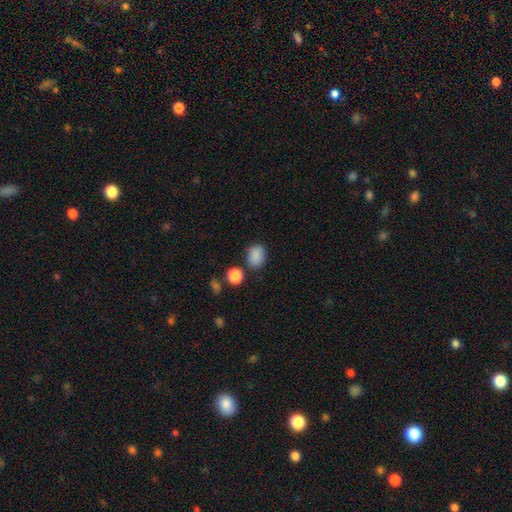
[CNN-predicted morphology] smooth-or-featured: smooth: 86% | star or artifact: 10% | featured or disk: 5%
  how-rounded: in between: 58% | round: 41% | cigar-shaped: 1%
  merging: none: 74% | minor disturbance: 16% | merger: 6% | major disturbance: 4%